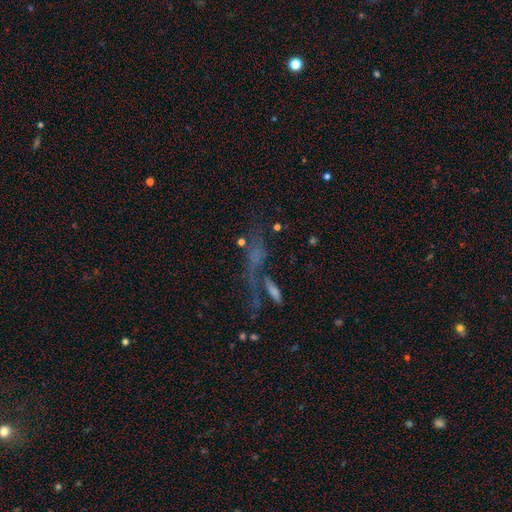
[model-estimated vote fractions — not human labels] Smooth or featured?
  - smooth: 36% *
  - featured or disk: 33%
  - star or artifact: 31%
Merging?
  - none: 39% *
  - merger: 28%
  - major disturbance: 19%
  - minor disturbance: 14%